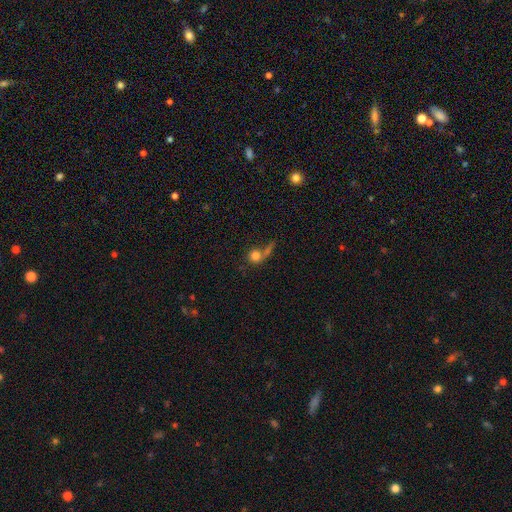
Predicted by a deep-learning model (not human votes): The model was most divided on "merging": none: 38%, merger: 35%, major disturbance: 15%, minor disturbance: 12%. More confident: how rounded — round (82%); smooth or featured — smooth (76%).